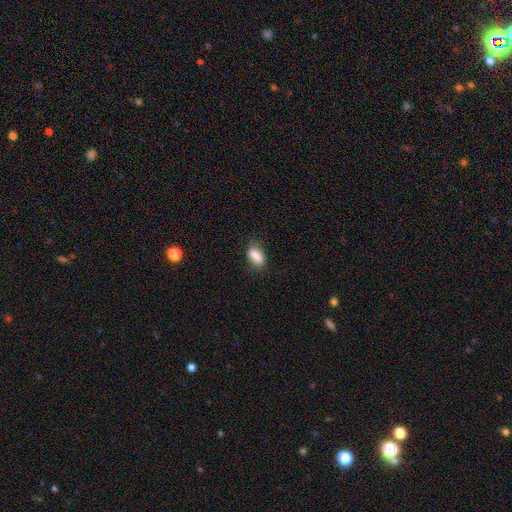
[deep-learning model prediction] smooth-or-featured: smooth: 84% | featured or disk: 8% | star or artifact: 8%
  how-rounded: in between: 85% | cigar-shaped: 9% | round: 6%
  merging: none: 72% | minor disturbance: 21% | major disturbance: 5% | merger: 2%